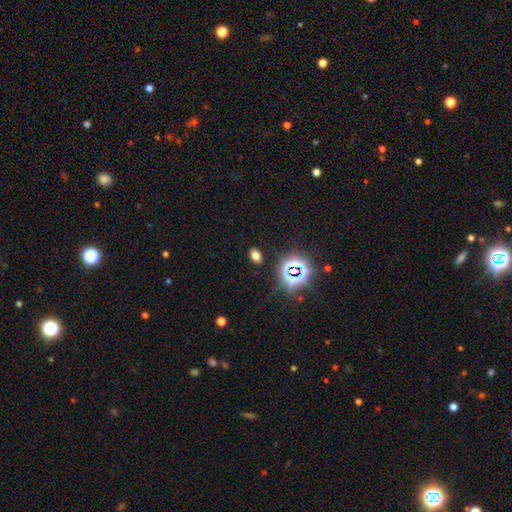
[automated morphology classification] Smooth or featured: smooth — 64% (star or artifact — 28%)
How rounded: in between — 85% (round — 13%)
Merging: none — 88% (minor disturbance — 8%)